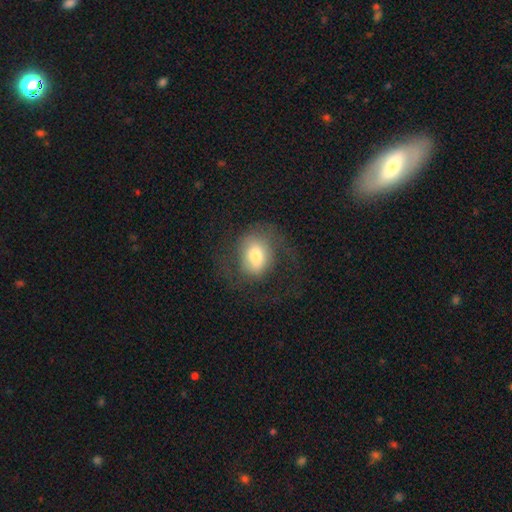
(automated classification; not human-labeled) This appears to be a smooth galaxy with no disk features (61%) that is in between round and cigar-shaped (64%). Merging: none (52%).